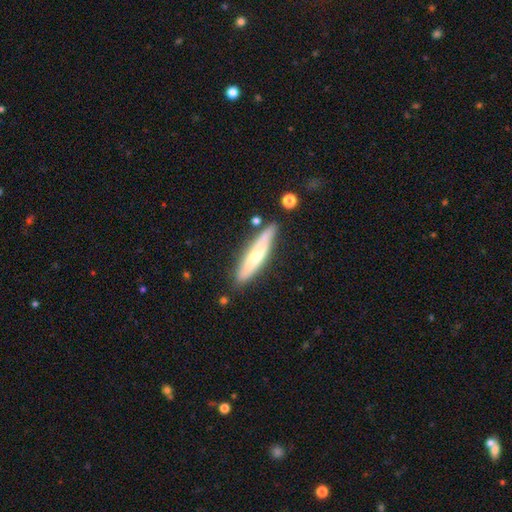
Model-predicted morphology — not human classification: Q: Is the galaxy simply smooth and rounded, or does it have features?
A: featured or disk — 49%.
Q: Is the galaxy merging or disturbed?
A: none — 78%.